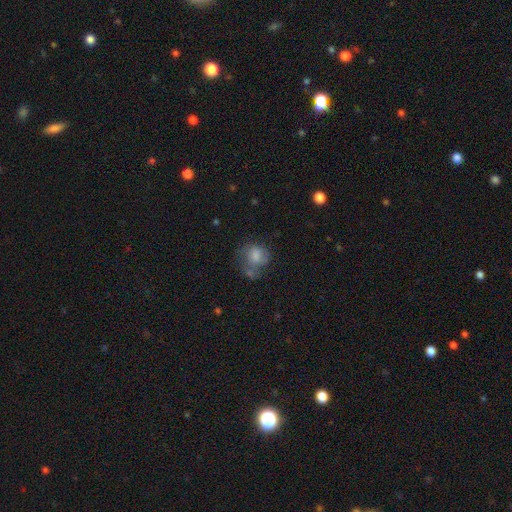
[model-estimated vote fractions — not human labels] This appears to be a smooth galaxy with no disk features (69%) that is round (67%). Merging: none (37%).